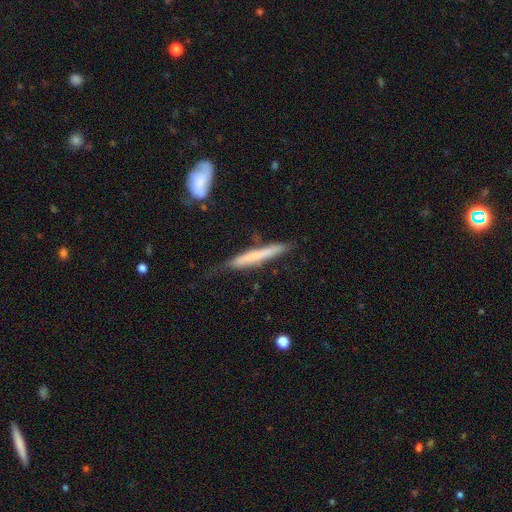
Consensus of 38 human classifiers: Smooth or featured: smooth — 63% (featured or disk — 37%)
How rounded: cigar-shaped — 96% (in between — 4%)
Merging: minor disturbance — 47% (none — 39%)